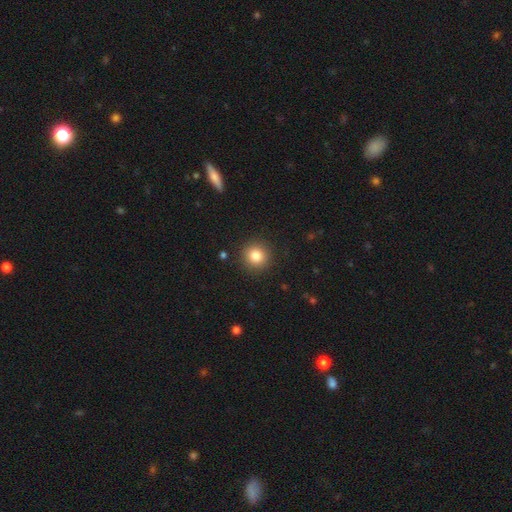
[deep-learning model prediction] Smooth or featured? smooth (83%)
How rounded? round (93%)
Merging? none (90%)